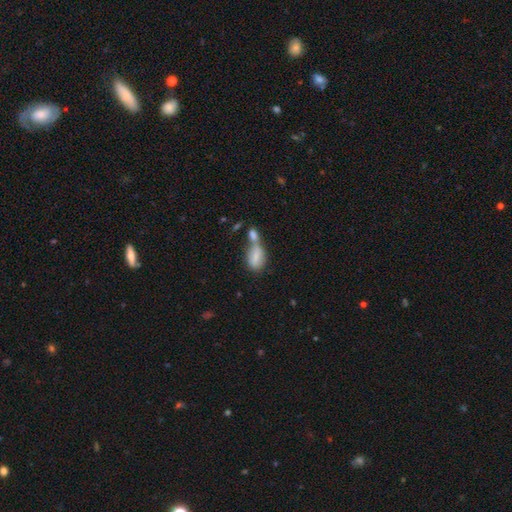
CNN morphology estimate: Overall: smooth (76%). How rounded: in between (86%). Merging: merger (60%; none 21%).